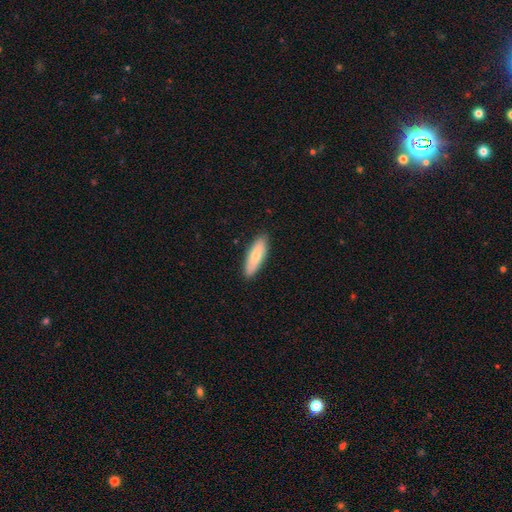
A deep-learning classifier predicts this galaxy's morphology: Smooth or featured?
  - smooth: 74% *
  - featured or disk: 21%
  - star or artifact: 5%
How rounded?
  - in between: 53% *
  - cigar-shaped: 45%
  - round: 2%
Merging?
  - none: 88% *
  - minor disturbance: 10%
  - major disturbance: 2%
  - merger: 1%